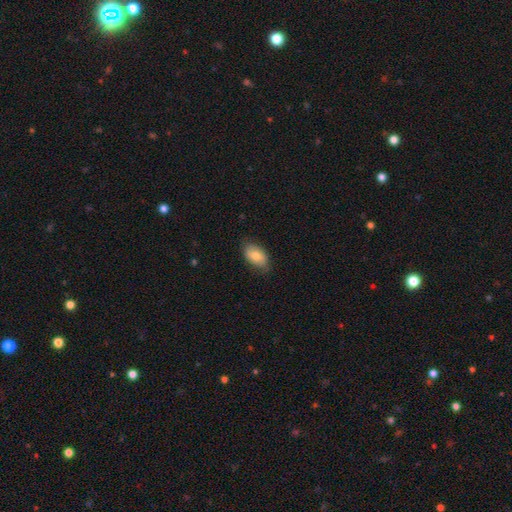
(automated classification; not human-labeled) This is likely a smooth galaxy (77%). How rounded: clearly in between (92%). Merging: likely none (78%).